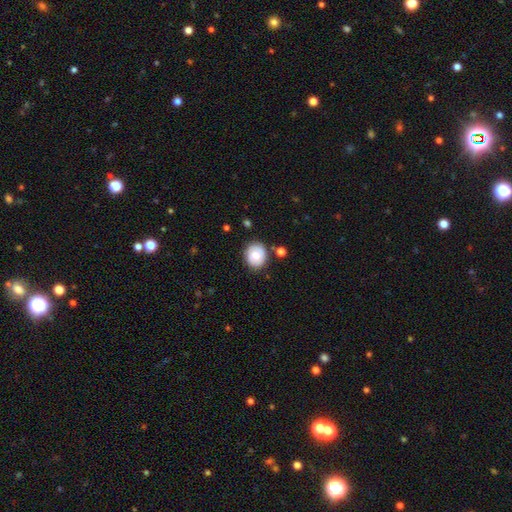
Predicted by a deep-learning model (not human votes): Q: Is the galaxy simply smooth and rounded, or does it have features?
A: smooth — 67%.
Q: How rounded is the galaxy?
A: round — 68%.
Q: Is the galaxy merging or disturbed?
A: none — 79%.